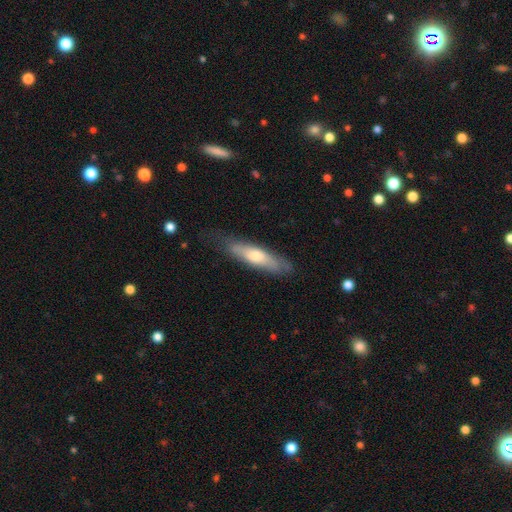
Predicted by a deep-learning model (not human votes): A smooth galaxy with no disk features (57%) that is cigar-shaped (73%).

Vote fractions:
- Smooth or featured? smooth: 57% / featured or disk: 37% / star or artifact: 6%
- How rounded? cigar-shaped: 73% / in between: 25% / round: 2%
- Merging? none: 73% / minor disturbance: 20% / major disturbance: 5% / merger: 1%